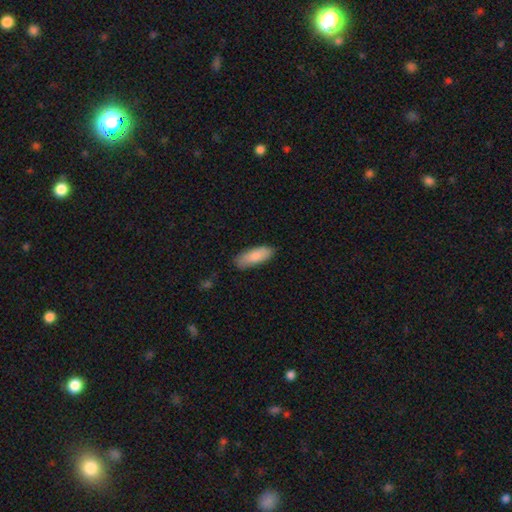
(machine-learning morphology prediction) smooth_or_featured: smooth (p=0.86) [alt: featured or disk p=0.09]
how_rounded: in between (p=0.70) [alt: cigar-shaped p=0.28]
merging: none (p=0.82) [alt: minor disturbance p=0.14]